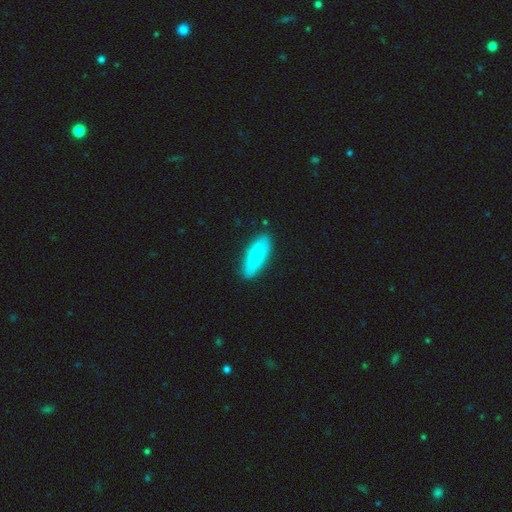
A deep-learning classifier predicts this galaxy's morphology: Smooth or featured: smooth — 81% (featured or disk — 13%)
How rounded: in between — 61% (cigar-shaped — 37%)
Merging: none — 85% (minor disturbance — 12%)